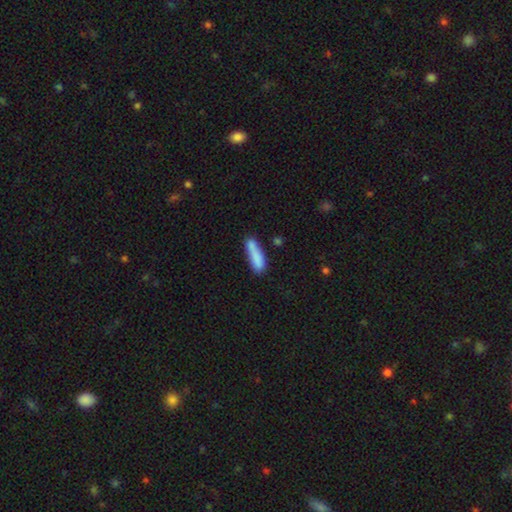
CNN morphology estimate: This is clearly a smooth galaxy (82%). How rounded: likely cigar-shaped (66%). Merging: possibly none (57%).